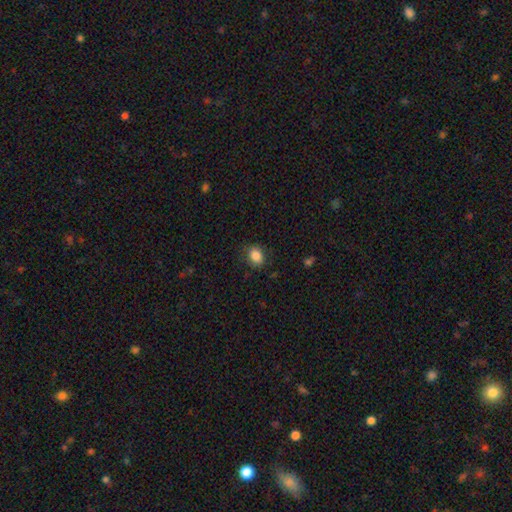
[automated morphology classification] smooth 86%, star or artifact 9%, featured or disk 5%. Down the decision tree: how rounded — in between (56%); merging — none (82%).